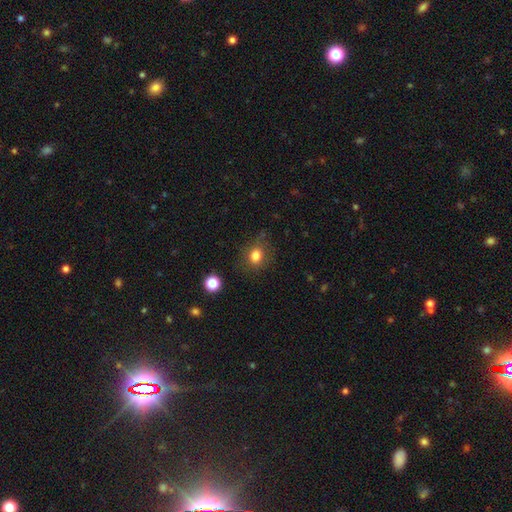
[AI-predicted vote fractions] This appears to be a smooth galaxy with no disk features (81%) that is round (63%). Merging: none (75%).